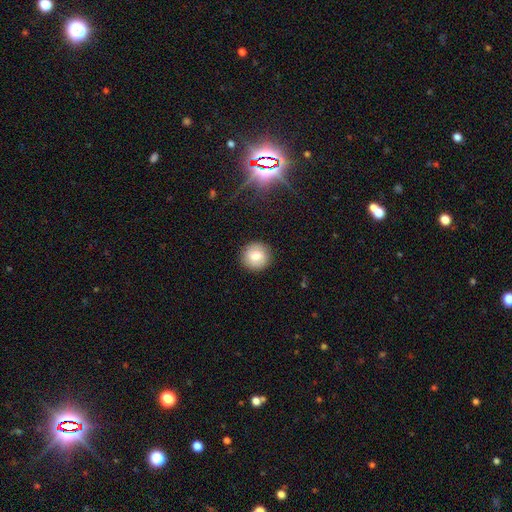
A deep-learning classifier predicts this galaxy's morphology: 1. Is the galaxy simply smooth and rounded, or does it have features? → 75% smooth, 15% featured or disk, 10% star or artifact.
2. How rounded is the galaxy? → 93% round, 6% in between, 1% cigar-shaped.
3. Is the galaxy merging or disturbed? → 90% none, 7% minor disturbance, 2% major disturbance, 1% merger.